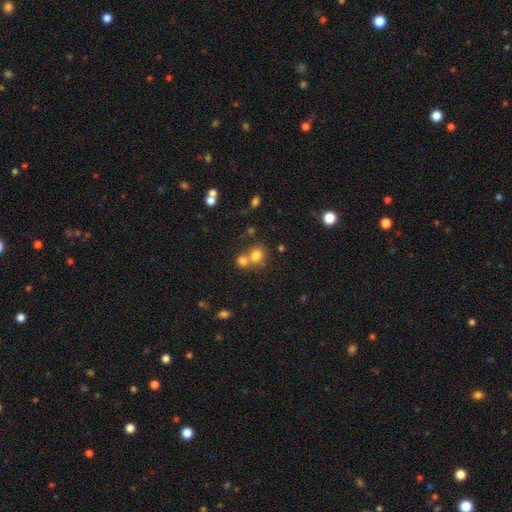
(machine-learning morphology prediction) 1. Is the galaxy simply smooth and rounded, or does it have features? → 77% smooth, 14% star or artifact, 9% featured or disk.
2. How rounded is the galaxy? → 77% round, 22% in between, 1% cigar-shaped.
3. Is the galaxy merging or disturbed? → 46% none, 43% merger, 8% minor disturbance, 4% major disturbance.